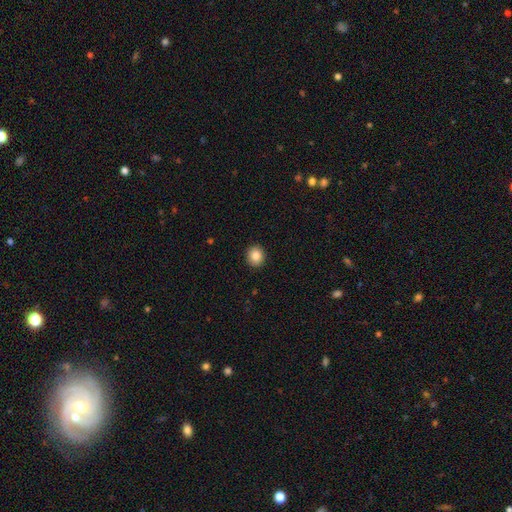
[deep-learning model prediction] Smooth or featured: smooth — 86% (star or artifact — 9%)
How rounded: round — 80% (in between — 20%)
Merging: none — 92% (minor disturbance — 5%)